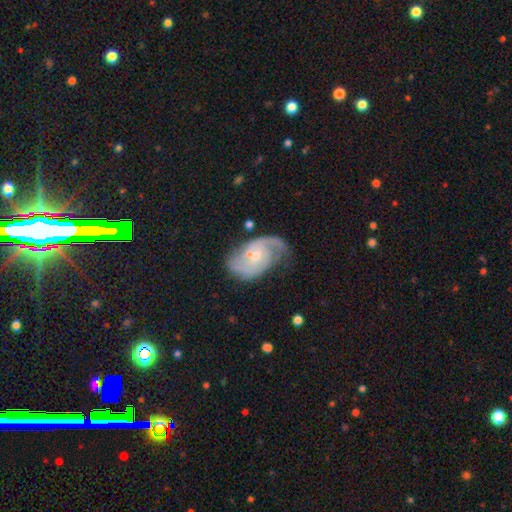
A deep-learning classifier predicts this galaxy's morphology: This is clearly a featured or disk galaxy (84%). It is clearly not viewed edge-on (97%). Bar: possibly no (47%). Spiral arm pattern: clearly yes (95%). Spiral arm count: likely 2 (70%). Spiral winding: possibly medium (45%). Central bulge: possibly small (57%). Merging: possibly none (58%).